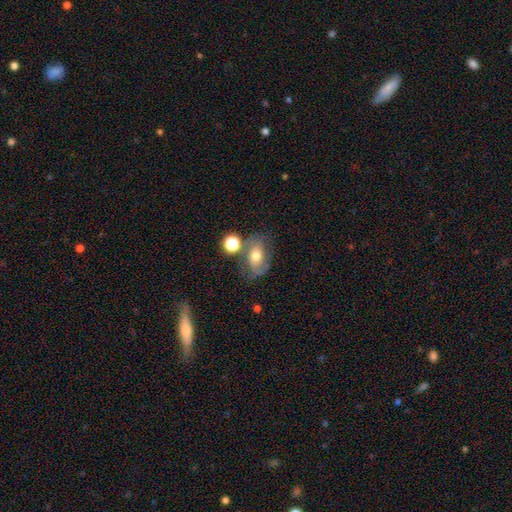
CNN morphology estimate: A smooth galaxy with no disk features (51%) that is in between round and cigar-shaped (75%).

Vote fractions:
- Smooth or featured? smooth: 51% / featured or disk: 38% / star or artifact: 12%
- How rounded? in between: 75% / round: 23% / cigar-shaped: 2%
- Merging? none: 54% / minor disturbance: 21% / merger: 15% / major disturbance: 11%